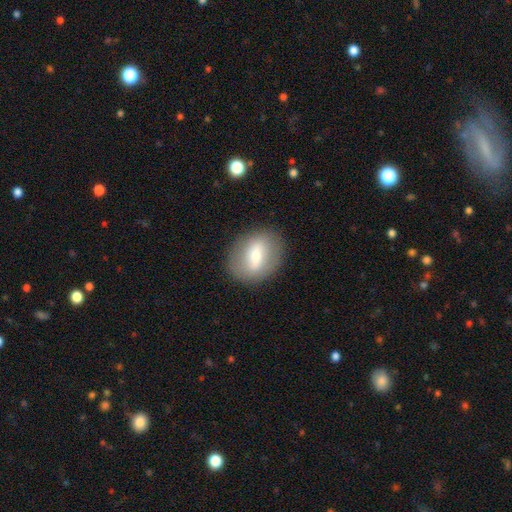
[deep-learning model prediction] smooth_or_featured: smooth (p=0.54) [alt: featured or disk p=0.38]
how_rounded: in between (p=0.52) [alt: round p=0.45]
merging: none (p=0.84) [alt: minor disturbance p=0.11]